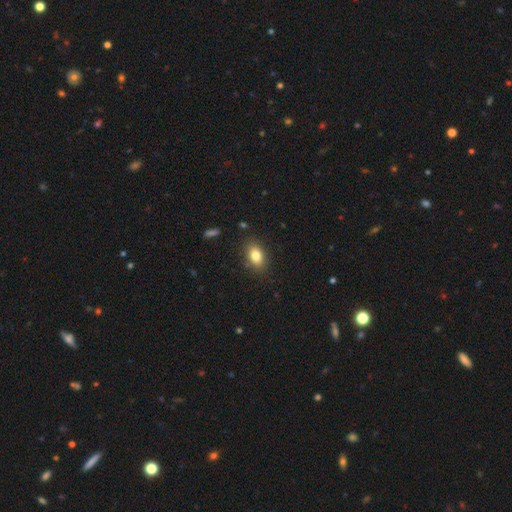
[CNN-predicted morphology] This is clearly a smooth galaxy (82%). How rounded: clearly in between (83%). Merging: clearly none (85%).